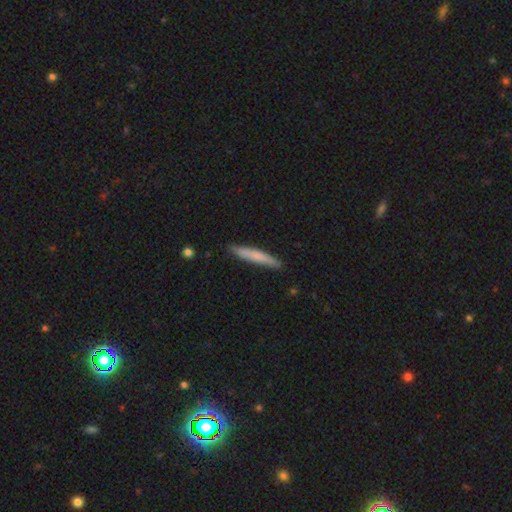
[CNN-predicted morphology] A smooth galaxy with no disk features (70%) that is cigar-shaped (95%).

Vote fractions:
- Smooth or featured? smooth: 70% / featured or disk: 24% / star or artifact: 5%
- How rounded? cigar-shaped: 95% / in between: 4% / round: 1%
- Merging? none: 89% / minor disturbance: 9% / major disturbance: 1% / merger: 1%